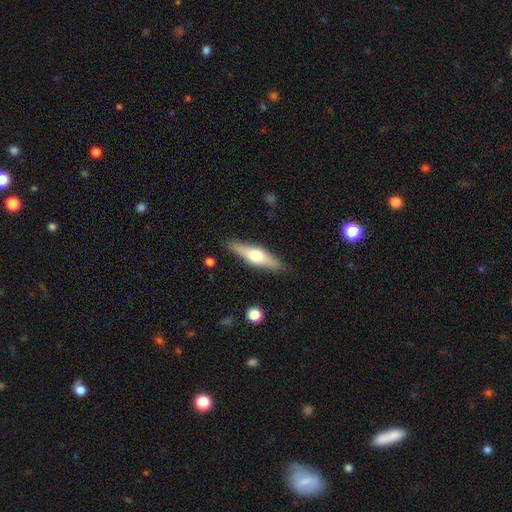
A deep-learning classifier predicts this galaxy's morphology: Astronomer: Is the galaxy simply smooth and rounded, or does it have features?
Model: featured or disk — 51% (runner-up: smooth, 43%).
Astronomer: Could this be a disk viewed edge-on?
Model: yes — 92%.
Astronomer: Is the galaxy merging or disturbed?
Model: none — 87%.